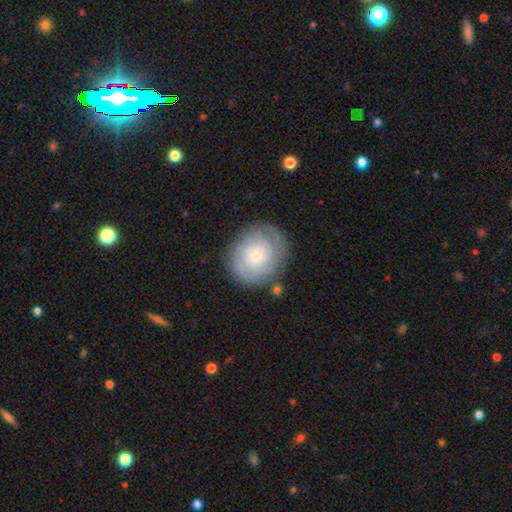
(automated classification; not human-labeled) Overall: featured or disk (64%; smooth 29%). Edge-on disk: no (98%). Bar: no (83%). Spiral arms: yes (87%). Spiral arm count: can't tell (42%; 2 25%). Spiral winding: tight (75%). Bulge size: small (78%). Merging: none (79%).